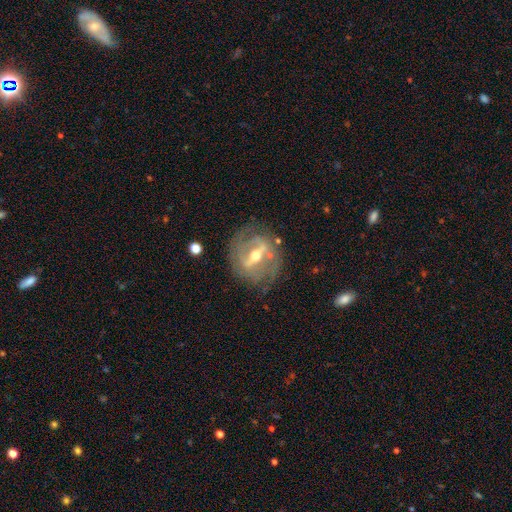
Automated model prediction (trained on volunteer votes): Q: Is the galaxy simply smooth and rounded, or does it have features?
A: featured or disk — 83%.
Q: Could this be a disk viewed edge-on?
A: no — 90%.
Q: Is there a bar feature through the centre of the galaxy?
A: strong — 66%.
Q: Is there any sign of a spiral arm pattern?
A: yes — 67%.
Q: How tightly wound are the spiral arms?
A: tight — 43%.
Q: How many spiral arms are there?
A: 2 — 64%.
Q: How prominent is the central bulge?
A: moderate — 67%.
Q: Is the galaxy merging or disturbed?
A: none — 72%.